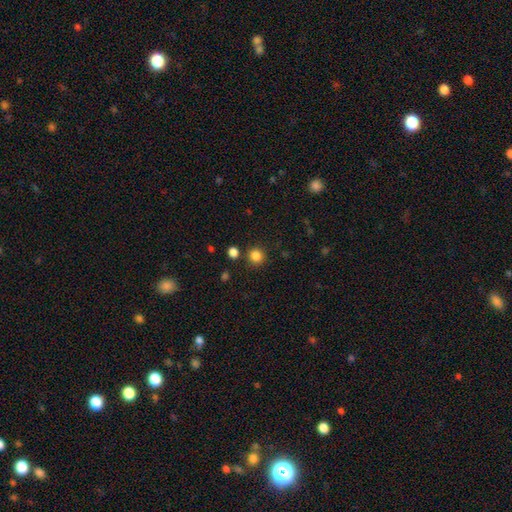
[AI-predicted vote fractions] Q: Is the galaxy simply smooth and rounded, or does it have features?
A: smooth — 84%.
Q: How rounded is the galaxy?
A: round — 92%.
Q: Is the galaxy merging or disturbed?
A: none — 87%.